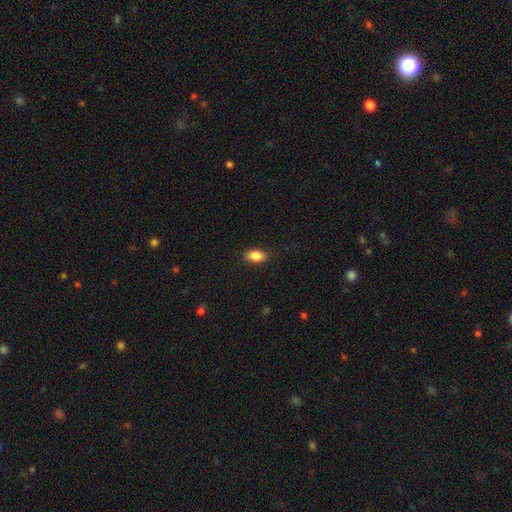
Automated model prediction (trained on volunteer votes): The model was most divided on "merging": none: 87%, minor disturbance: 10%, major disturbance: 2%, merger: 1%. More confident: how rounded — in between (89%); smooth or featured — smooth (86%).